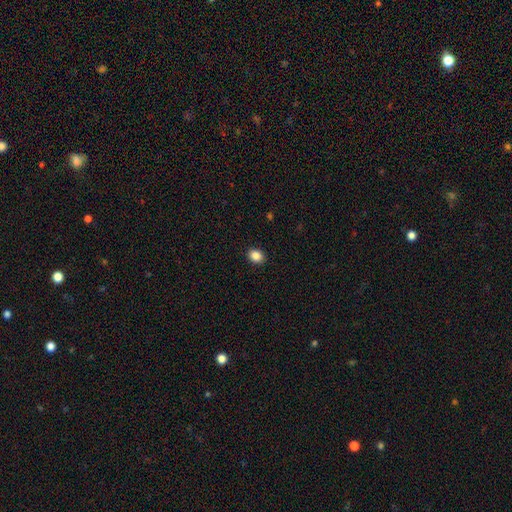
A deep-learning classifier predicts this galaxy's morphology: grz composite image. It shows a smooth galaxy with no disk features (87%) that is round (52%). Merging: none (91%).